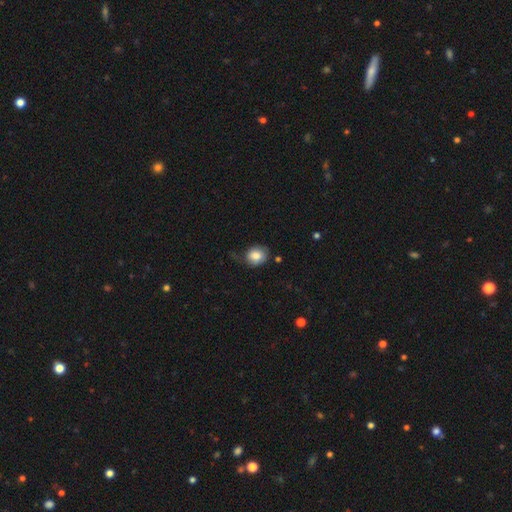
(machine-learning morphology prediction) Smooth or featured? smooth (83%)
How rounded? round (65%)
Merging? none (62%)